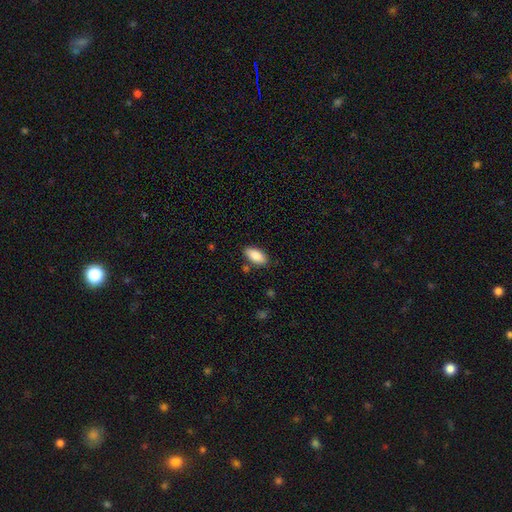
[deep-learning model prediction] Morphology: type=smooth (86%); roundness=in between (91%); merging=none (84%).